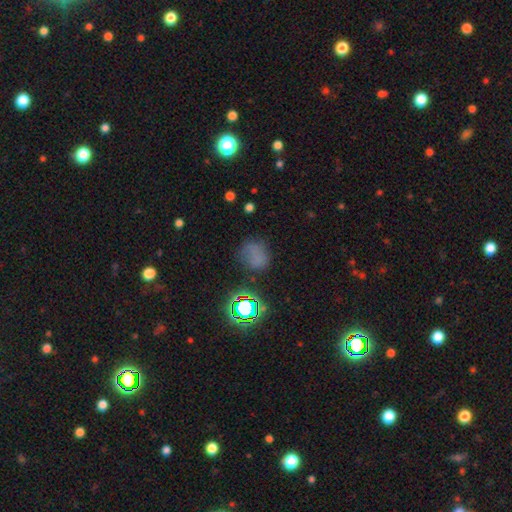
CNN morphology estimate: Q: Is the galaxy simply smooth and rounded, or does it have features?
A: smooth — 58%.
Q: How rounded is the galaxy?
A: round — 66%.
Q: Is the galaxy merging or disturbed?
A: none — 58%.